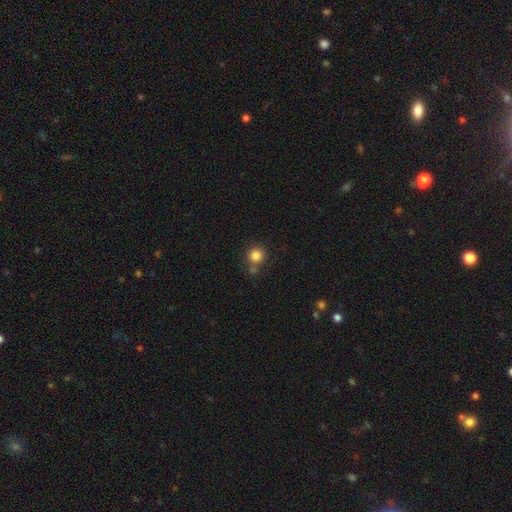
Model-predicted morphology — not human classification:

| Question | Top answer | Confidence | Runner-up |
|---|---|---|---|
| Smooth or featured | smooth | 84% | star or artifact (11%) |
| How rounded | round | 92% | in between (7%) |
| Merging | none | 67% | merger (18%) |